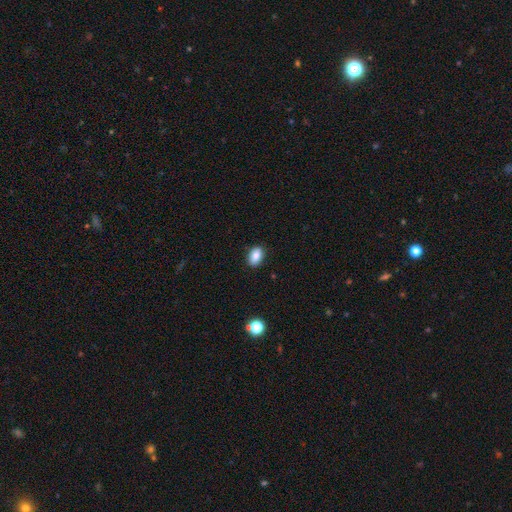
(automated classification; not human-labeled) Morphology: type=smooth (85%); roundness=in between (86%); merging=none (88%).